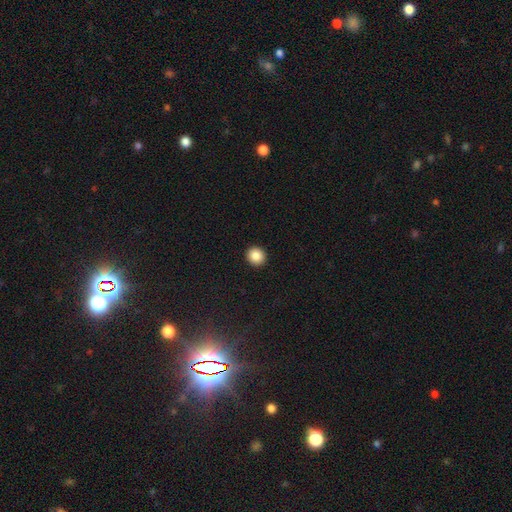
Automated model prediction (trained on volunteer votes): Overall: smooth (87%). How rounded: round (88%). Merging: none (93%).